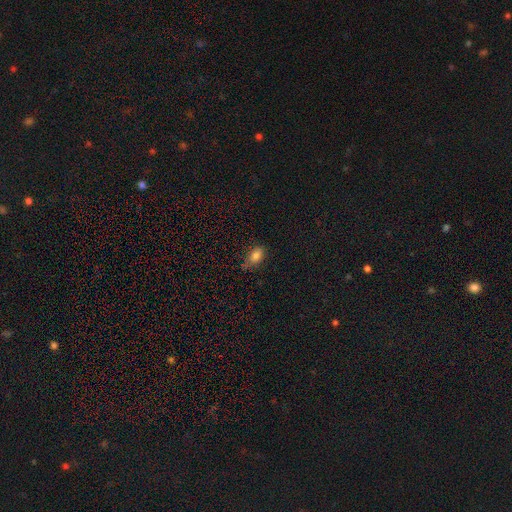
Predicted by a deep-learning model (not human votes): Morphology: type=smooth (81%); roundness=in between (85%); merging=none (66%).